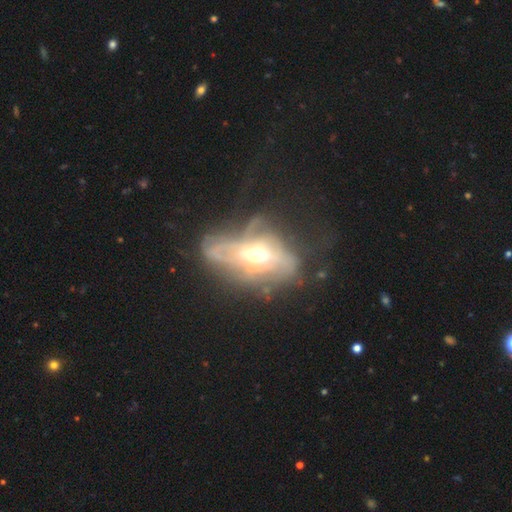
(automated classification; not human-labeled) smooth_or_featured: featured or disk (p=0.66) [alt: smooth p=0.24]
disk_edge_on: no (p=0.87) [alt: yes p=0.13]
bar: no (p=0.74) [alt: weak p=0.18]
has_spiral_arms: no (p=0.63) [alt: yes p=0.37]
bulge_size: moderate (p=0.67) [alt: small p=0.17]
merging: major disturbance (p=0.46) [alt: none p=0.29]